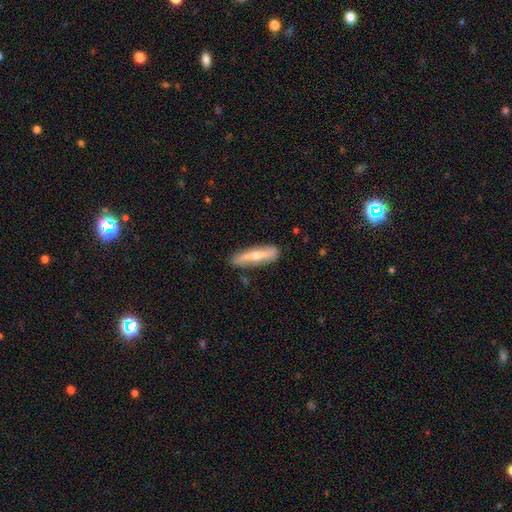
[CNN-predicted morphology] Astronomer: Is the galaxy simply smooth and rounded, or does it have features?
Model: featured or disk — 56% (runner-up: smooth, 38%).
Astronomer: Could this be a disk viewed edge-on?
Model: yes — 71%.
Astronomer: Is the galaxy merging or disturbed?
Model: none — 82%.